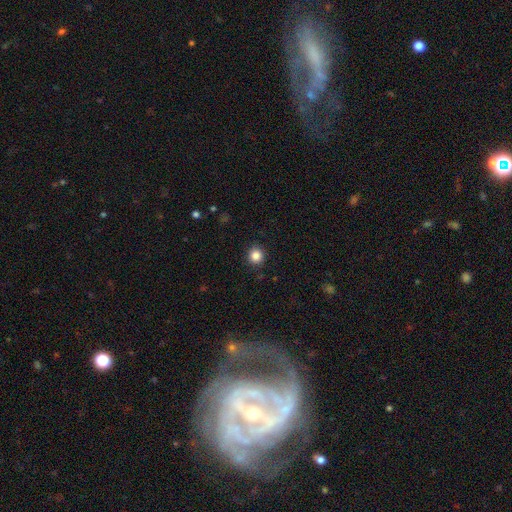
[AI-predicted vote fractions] A smooth galaxy with no disk features (85%) that is round (92%). Merging: none (91%).